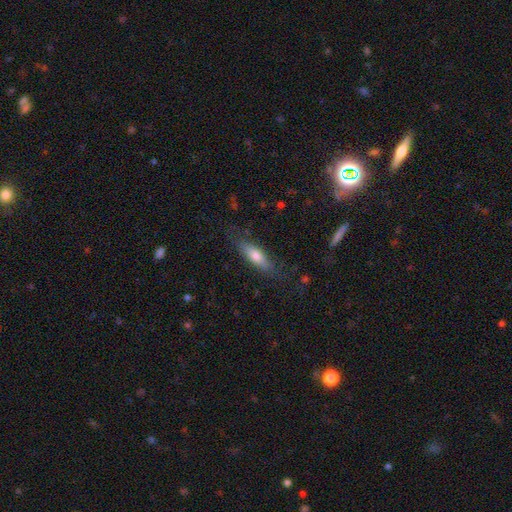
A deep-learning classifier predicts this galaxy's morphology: This appears to be a smooth galaxy with no disk features (62%) that is cigar-shaped (58%). Merging: none (76%).